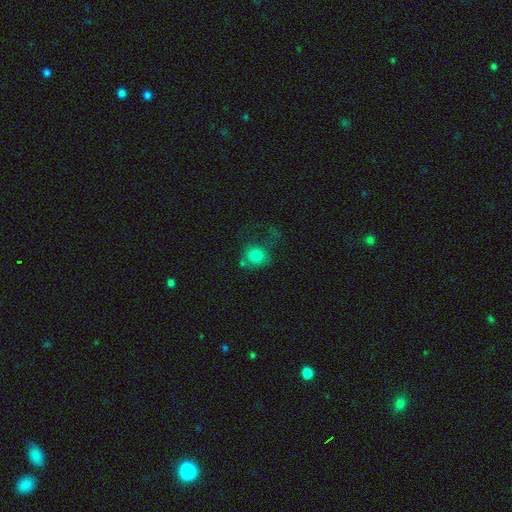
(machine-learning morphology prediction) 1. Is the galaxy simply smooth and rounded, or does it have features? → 78% smooth, 11% featured or disk, 11% star or artifact.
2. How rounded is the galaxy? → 75% round, 24% in between, 1% cigar-shaped.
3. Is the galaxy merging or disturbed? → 45% none, 21% minor disturbance, 20% major disturbance, 15% merger.